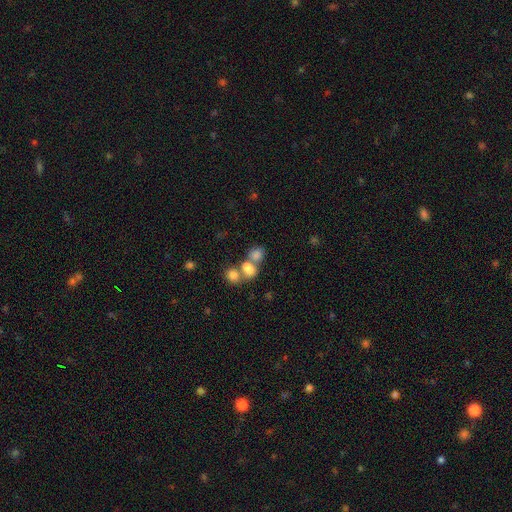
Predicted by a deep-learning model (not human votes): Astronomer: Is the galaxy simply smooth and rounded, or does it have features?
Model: smooth — 70%.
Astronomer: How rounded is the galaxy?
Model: in between — 50% (runner-up: round, 49%).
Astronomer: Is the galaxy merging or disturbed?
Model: merger — 57%.